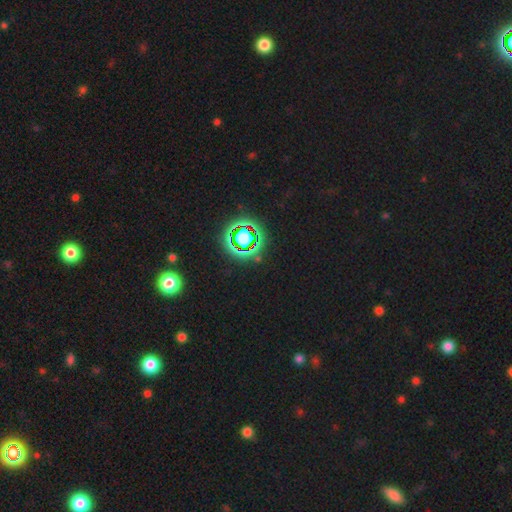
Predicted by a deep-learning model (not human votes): smooth_or_featured: star or artifact (p=0.75) [alt: smooth p=0.16]